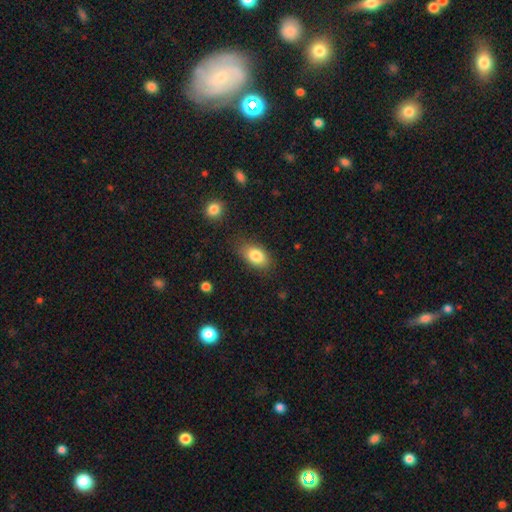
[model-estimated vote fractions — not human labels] A smooth galaxy with no disk features (83%) that is in between round and cigar-shaped (88%).

Vote fractions:
- Smooth or featured? smooth: 83% / featured or disk: 9% / star or artifact: 8%
- How rounded? in between: 88% / round: 10% / cigar-shaped: 2%
- Merging? none: 78% / minor disturbance: 16% / major disturbance: 4% / merger: 2%